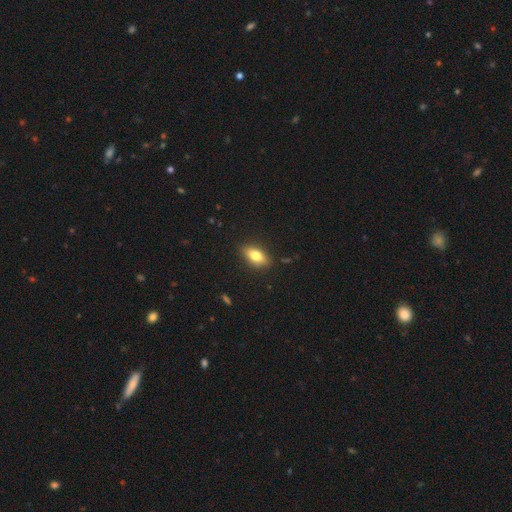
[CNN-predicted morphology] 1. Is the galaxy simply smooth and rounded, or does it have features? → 71% smooth, 22% featured or disk, 8% star or artifact.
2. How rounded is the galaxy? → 81% in between, 12% cigar-shaped, 7% round.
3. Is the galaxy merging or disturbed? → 86% none, 10% minor disturbance, 2% major disturbance, 1% merger.